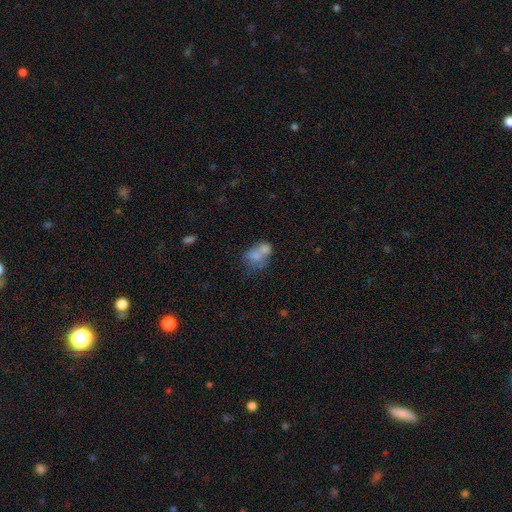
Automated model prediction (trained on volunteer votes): Smooth or featured? smooth (59%)
How rounded? in between (65%)
Merging? merger (56%)